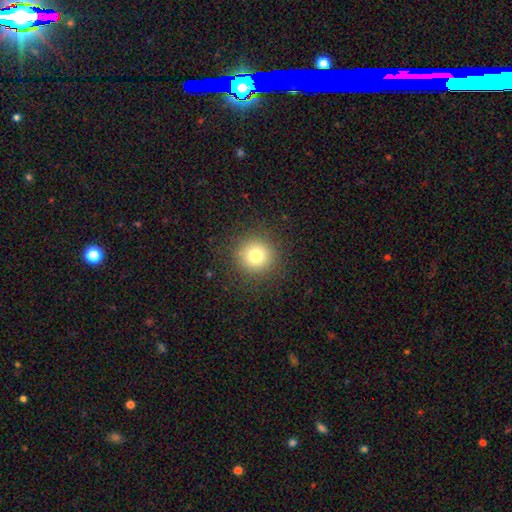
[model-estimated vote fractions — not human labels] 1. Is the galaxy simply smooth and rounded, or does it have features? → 77% smooth, 14% star or artifact, 9% featured or disk.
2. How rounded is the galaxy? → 95% round, 4% in between, 1% cigar-shaped.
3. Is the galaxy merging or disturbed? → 89% none, 7% minor disturbance, 3% major disturbance, 1% merger.